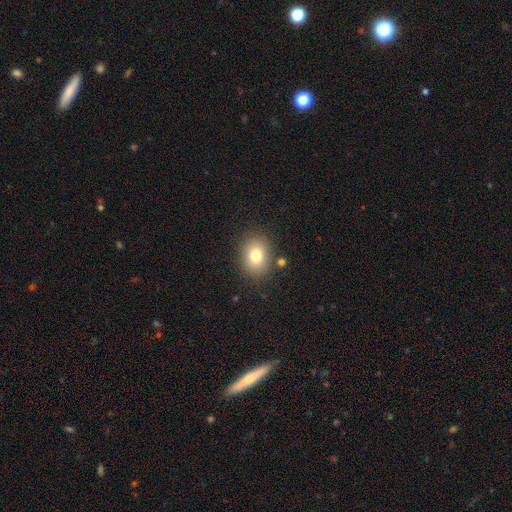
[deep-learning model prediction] Smooth or featured?
  - smooth: 78% *
  - star or artifact: 11%
  - featured or disk: 11%
How rounded?
  - in between: 58% *
  - round: 41%
  - cigar-shaped: 1%
Merging?
  - none: 84% *
  - minor disturbance: 10%
  - major disturbance: 3%
  - merger: 3%